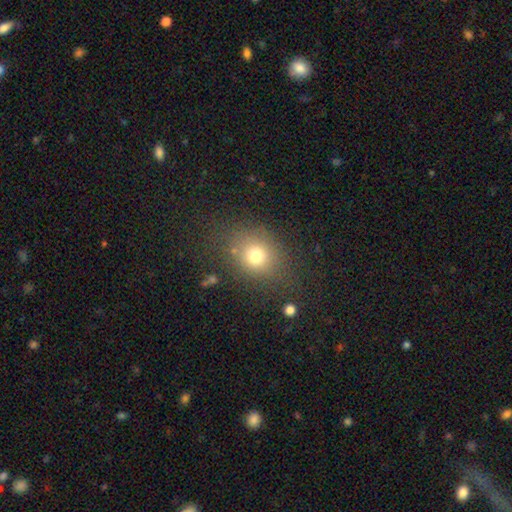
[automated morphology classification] Overall: smooth (73%). How rounded: round (63%; in between 36%). Merging: none (74%).